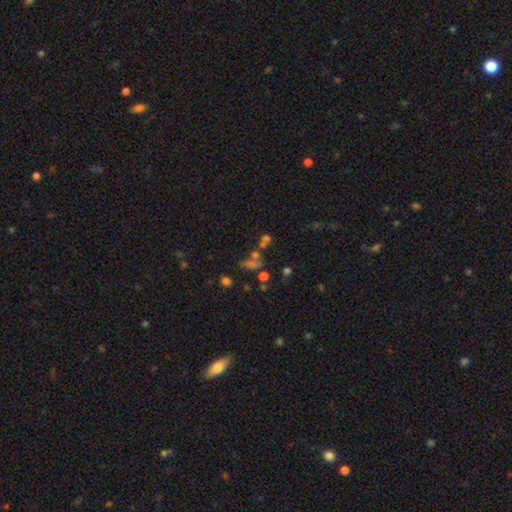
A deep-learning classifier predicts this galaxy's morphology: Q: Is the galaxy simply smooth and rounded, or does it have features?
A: star or artifact — 49%.